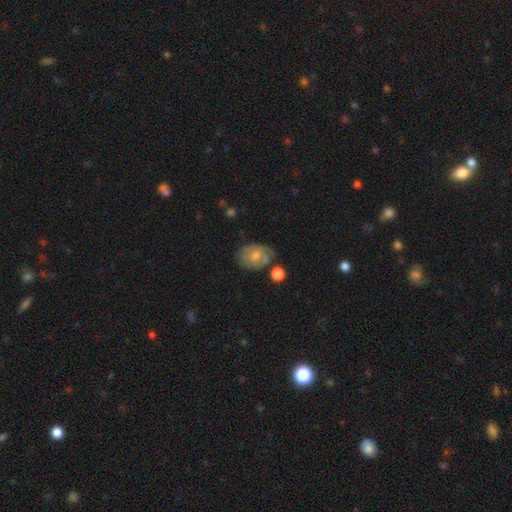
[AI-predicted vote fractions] smooth-or-featured: smooth: 58% | featured or disk: 35% | star or artifact: 7%
  how-rounded: in between: 75% | round: 24% | cigar-shaped: 1%
  merging: none: 51% | minor disturbance: 27% | merger: 11% | major disturbance: 10%